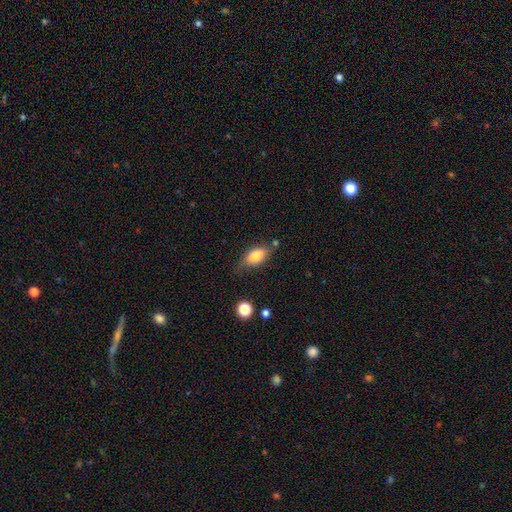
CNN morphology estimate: smooth_or_featured: smooth (p=0.80) [alt: featured or disk p=0.13]
how_rounded: in between (p=0.88) [alt: cigar-shaped p=0.06]
merging: none (p=0.61) [alt: minor disturbance p=0.26]